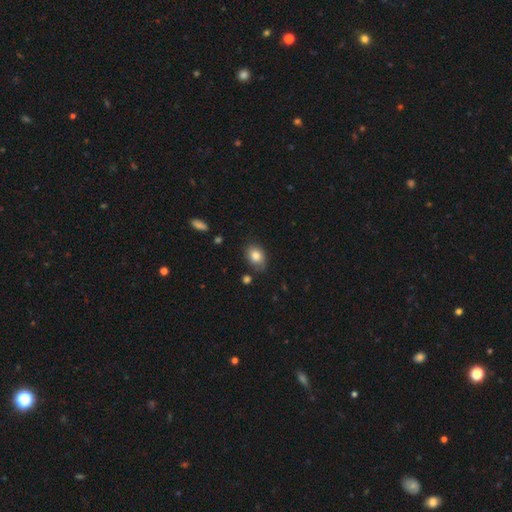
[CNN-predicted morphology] smooth_or_featured: smooth (p=0.82) [alt: star or artifact p=0.09]
how_rounded: in between (p=0.66) [alt: round p=0.33]
merging: none (p=0.78) [alt: minor disturbance p=0.17]